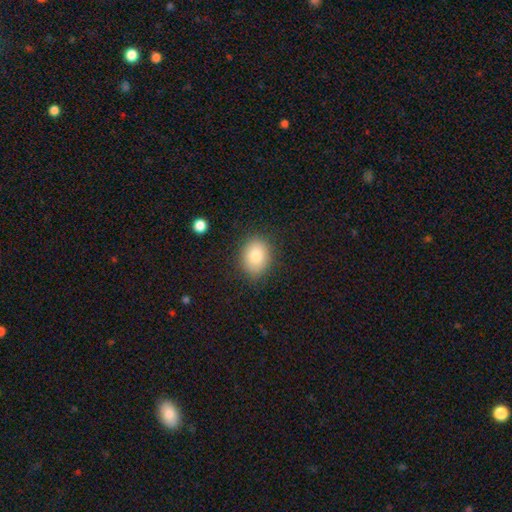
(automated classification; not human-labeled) Smooth or featured? Predicted: smooth (p=0.82). How rounded? Predicted: in between (p=0.59). Merging? Predicted: none (p=0.85).